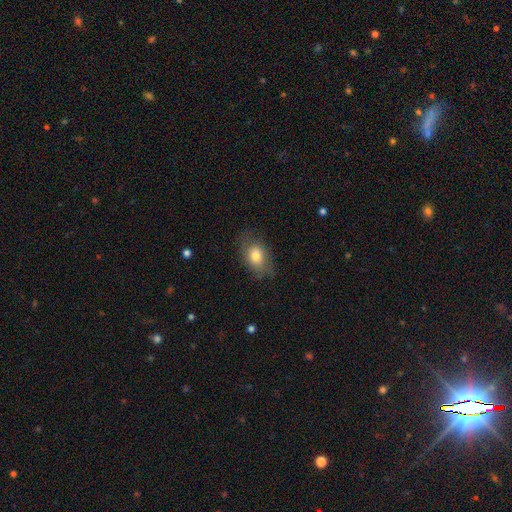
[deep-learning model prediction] Smooth or featured: smooth — 76% (featured or disk — 16%)
How rounded: in between — 80% (round — 18%)
Merging: none — 69% (minor disturbance — 22%)